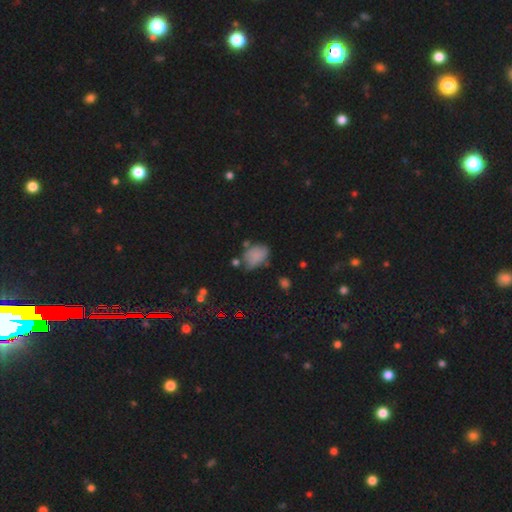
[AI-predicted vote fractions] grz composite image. It shows a smooth galaxy with no disk features (75%) that is in between round and cigar-shaped (77%). Merging: none (43%).